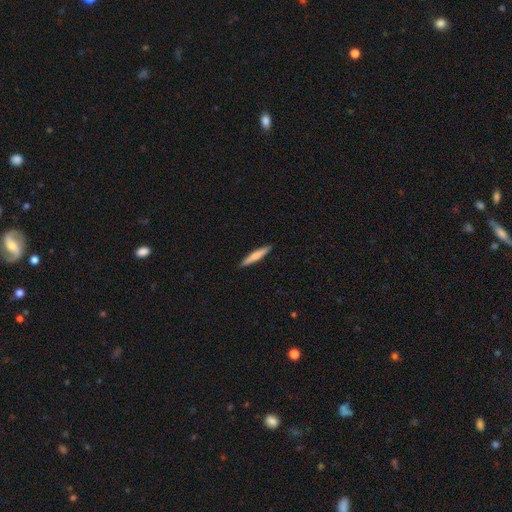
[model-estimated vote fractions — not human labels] This is likely a smooth galaxy (63%). How rounded: clearly cigar-shaped (93%). Merging: clearly none (92%).